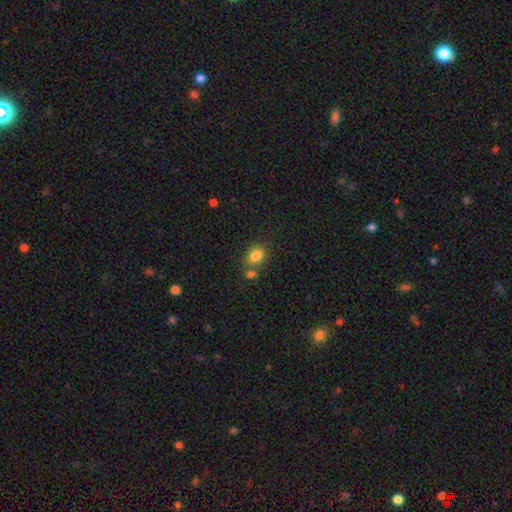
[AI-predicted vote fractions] smooth_or_featured: smooth (p=0.83) [alt: star or artifact p=0.10]
how_rounded: in between (p=0.69) [alt: round p=0.30]
merging: none (p=0.56) [alt: merger p=0.27]